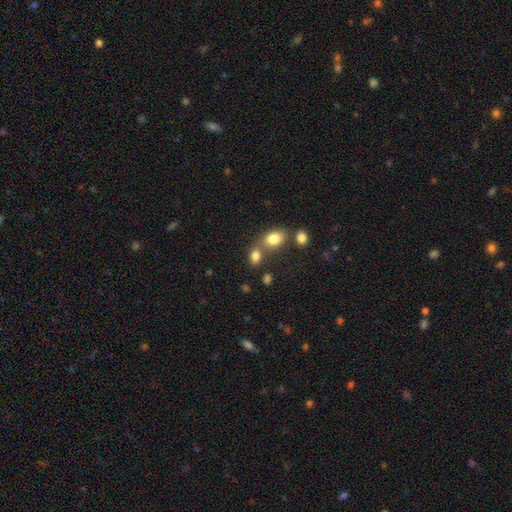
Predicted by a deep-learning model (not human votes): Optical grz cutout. It shows a smooth galaxy with no disk features (81%) that is in between round and cigar-shaped (74%). Merging: none (47%).